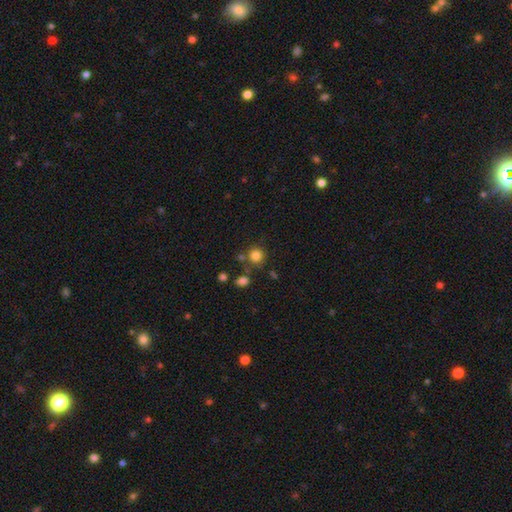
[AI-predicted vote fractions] Smooth or featured? smooth (82%)
How rounded? round (90%)
Merging? none (75%)